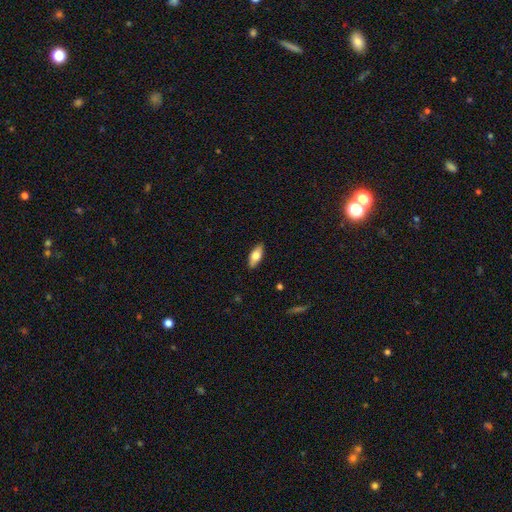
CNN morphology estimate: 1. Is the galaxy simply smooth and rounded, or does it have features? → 70% smooth, 24% featured or disk, 6% star or artifact.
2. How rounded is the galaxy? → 78% in between, 20% cigar-shaped, 2% round.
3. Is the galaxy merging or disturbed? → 89% none, 9% minor disturbance, 2% major disturbance, 1% merger.